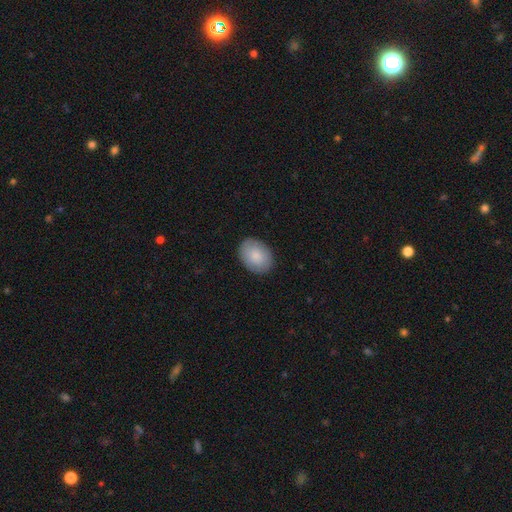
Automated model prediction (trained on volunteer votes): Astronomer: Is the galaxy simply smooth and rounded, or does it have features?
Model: smooth — 85%.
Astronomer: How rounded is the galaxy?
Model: in between — 76%.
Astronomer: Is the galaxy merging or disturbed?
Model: none — 87%.